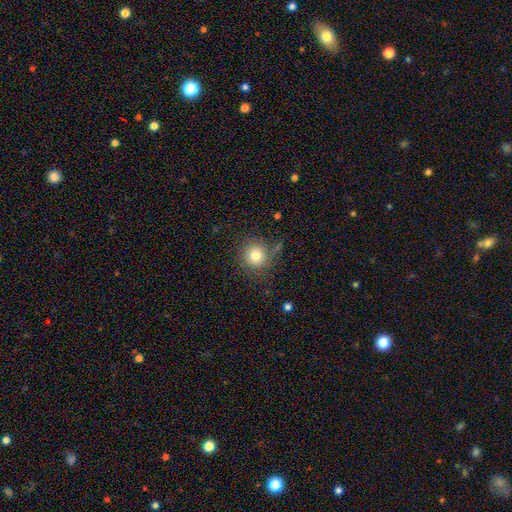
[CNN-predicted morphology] This is likely a smooth galaxy (79%). How rounded: clearly round (92%). Merging: likely none (76%).